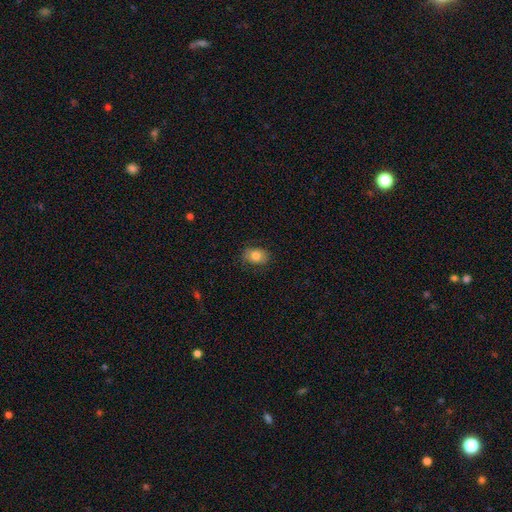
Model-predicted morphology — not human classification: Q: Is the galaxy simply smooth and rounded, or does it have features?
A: smooth — 83%.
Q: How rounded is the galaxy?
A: in between — 72%.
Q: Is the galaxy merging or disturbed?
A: none — 78%.